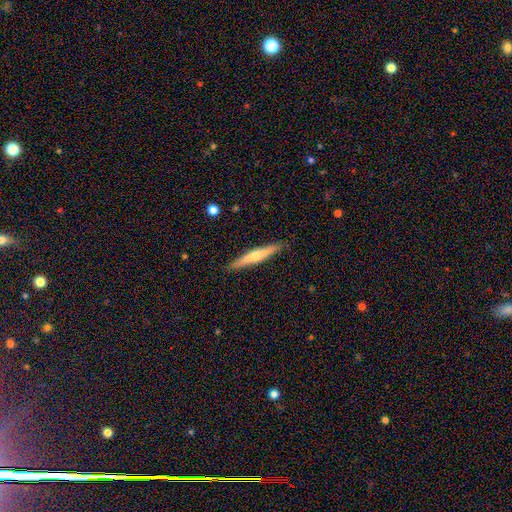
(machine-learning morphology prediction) Smooth or featured?
  - featured or disk: 48% *
  - smooth: 46%
  - star or artifact: 6%
Merging?
  - none: 89% *
  - minor disturbance: 8%
  - major disturbance: 2%
  - merger: 1%